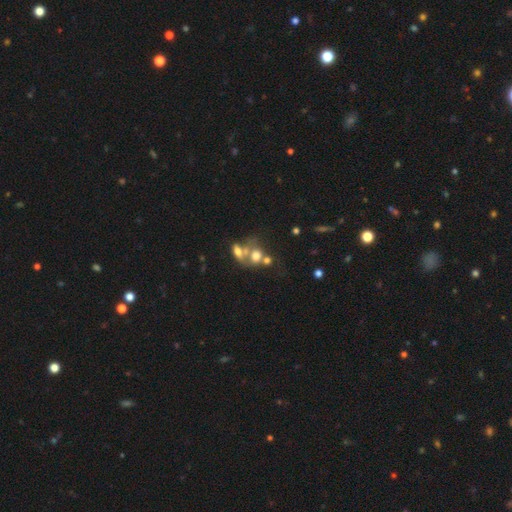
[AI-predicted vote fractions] Smooth or featured? Predicted: smooth (p=0.59). How rounded? Predicted: in between (p=0.51). Merging? Predicted: merger (p=0.57).